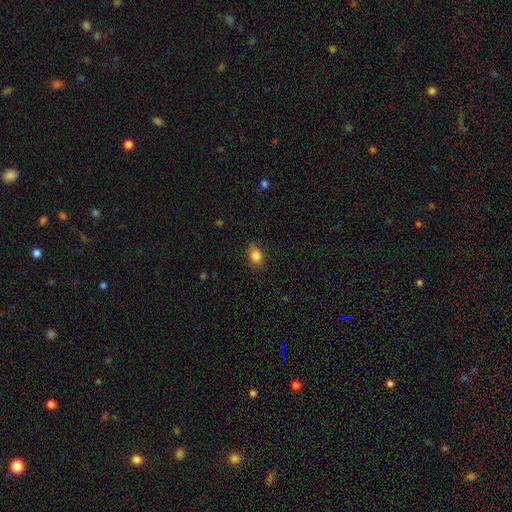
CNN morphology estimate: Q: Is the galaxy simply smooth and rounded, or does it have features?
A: smooth — 84%.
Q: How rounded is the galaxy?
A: in between — 79%.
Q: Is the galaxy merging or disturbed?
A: none — 84%.